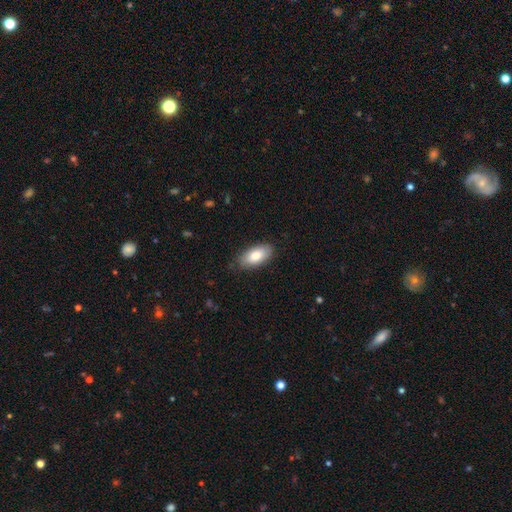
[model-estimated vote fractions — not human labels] A smooth galaxy with no disk features (81%) that is in between round and cigar-shaped (92%). Merging: none (82%).